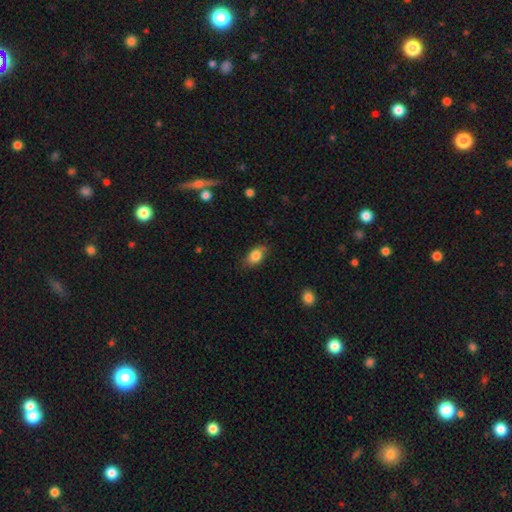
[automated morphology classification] Q: Smooth or featured?
A: smooth (83%); runner-up: featured or disk (9%)
Q: How rounded?
A: in between (83%); runner-up: round (14%)
Q: Merging?
A: none (76%); runner-up: minor disturbance (19%)